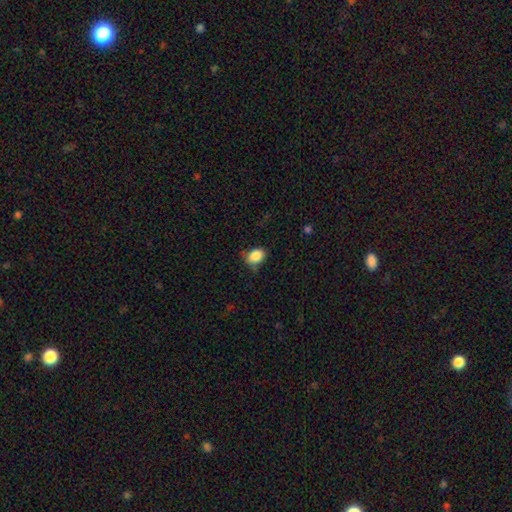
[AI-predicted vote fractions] Overall: smooth (86%). How rounded: in between (63%; round 36%). Merging: none (63%; minor disturbance 29%).